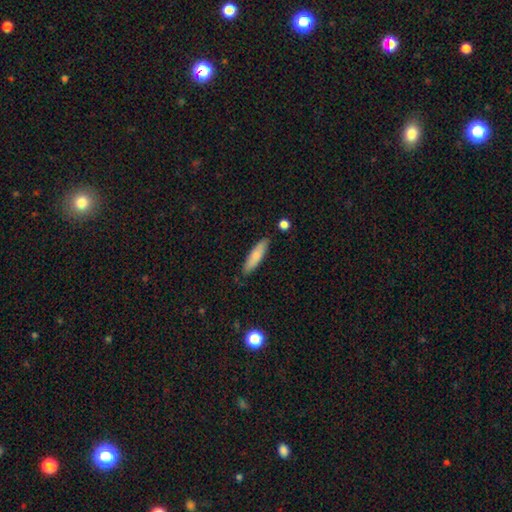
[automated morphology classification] A smooth galaxy with no disk features (78%) that is cigar-shaped (72%).

Vote fractions:
- Smooth or featured? smooth: 78% / featured or disk: 16% / star or artifact: 6%
- How rounded? cigar-shaped: 72% / in between: 27% / round: 2%
- Merging? none: 85% / minor disturbance: 11% / merger: 2% / major disturbance: 2%